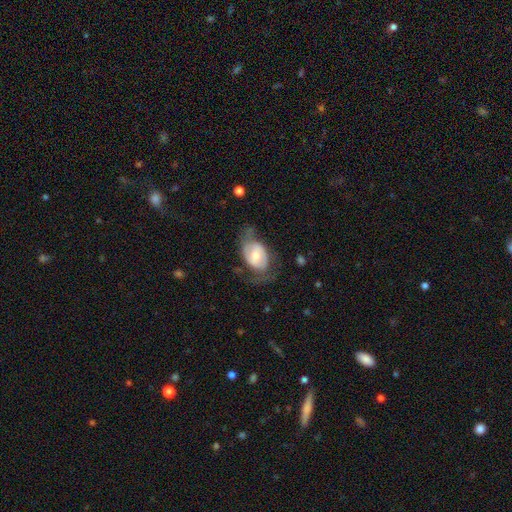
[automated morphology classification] Smooth or featured? Predicted: featured or disk (p=0.58). Edge-on disk? Predicted: no (p=0.94). Bar? Predicted: no (p=0.46). Spiral arms? Predicted: yes (p=0.64). Bulge size? Predicted: moderate (p=0.61). Merging? Predicted: none (p=0.47).